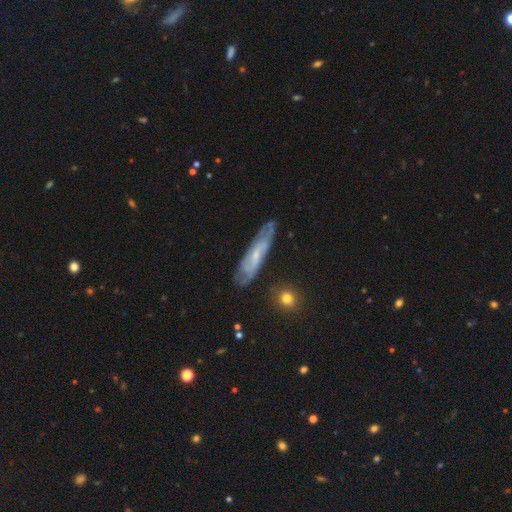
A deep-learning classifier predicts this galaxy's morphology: A featured or disk galaxy (68%).

Vote fractions:
- Smooth or featured? featured or disk: 68% / smooth: 25% / star or artifact: 7%
- Edge-on disk? no: 62% / yes: 38%
- Merging? none: 74% / minor disturbance: 19% / major disturbance: 5% / merger: 2%